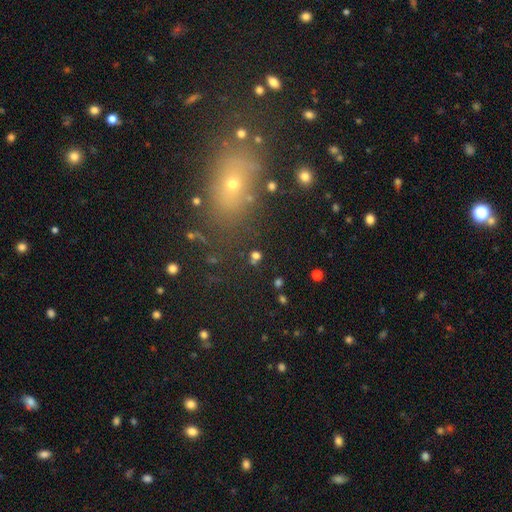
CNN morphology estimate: A smooth galaxy with no disk features (65%) that is round (76%).

Vote fractions:
- Smooth or featured? smooth: 65% / star or artifact: 26% / featured or disk: 8%
- How rounded? round: 76% / in between: 22% / cigar-shaped: 2%
- Merging? none: 76% / minor disturbance: 10% / merger: 9% / major disturbance: 5%